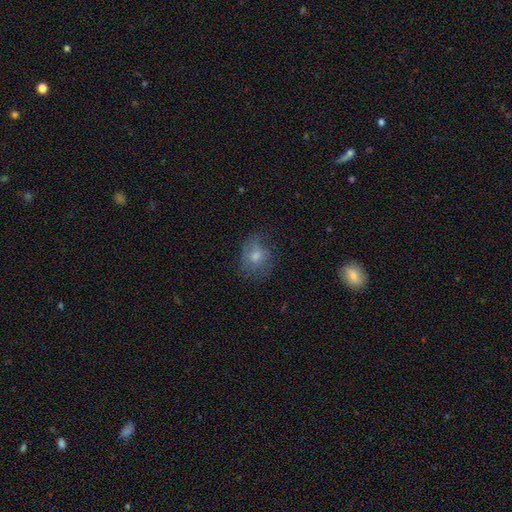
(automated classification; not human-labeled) Overall: smooth (60%; featured or disk 26%). How rounded: round (60%; in between 39%). Merging: none (64%).